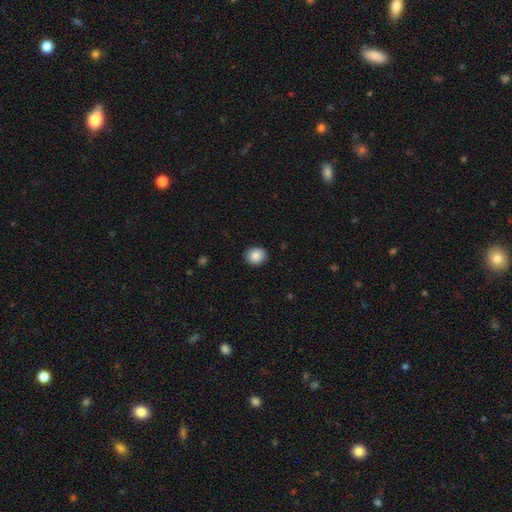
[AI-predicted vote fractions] Smooth or featured: smooth — 88% (star or artifact — 8%)
How rounded: round — 73% (in between — 26%)
Merging: none — 89% (minor disturbance — 8%)